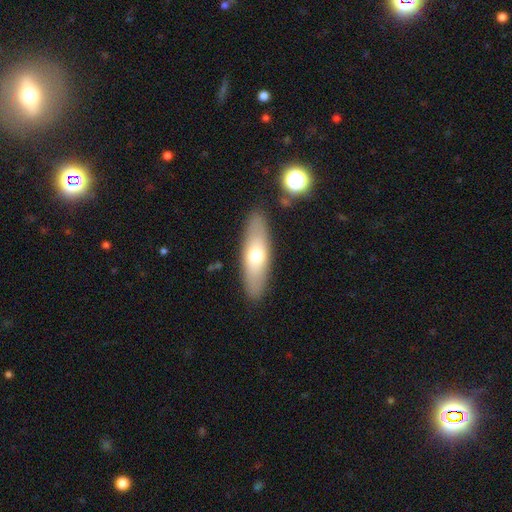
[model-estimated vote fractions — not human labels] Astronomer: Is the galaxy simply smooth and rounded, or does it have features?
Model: smooth — 60%.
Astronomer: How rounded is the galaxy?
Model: in between — 51% (runner-up: cigar-shaped, 46%).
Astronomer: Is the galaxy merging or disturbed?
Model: none — 87%.